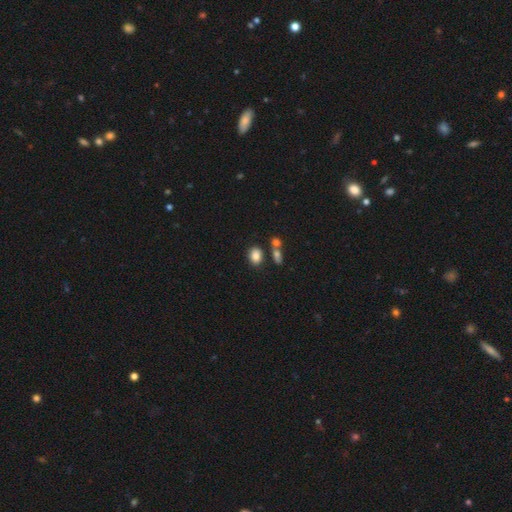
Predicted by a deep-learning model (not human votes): This is clearly a smooth galaxy (84%). How rounded: likely in between (62%). Merging: likely none (71%).